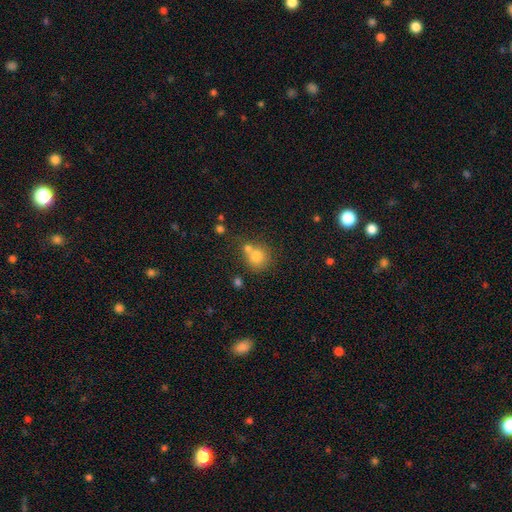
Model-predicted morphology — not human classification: Overall: smooth (75%). How rounded: round (86%). Merging: none (53%; merger 34%).